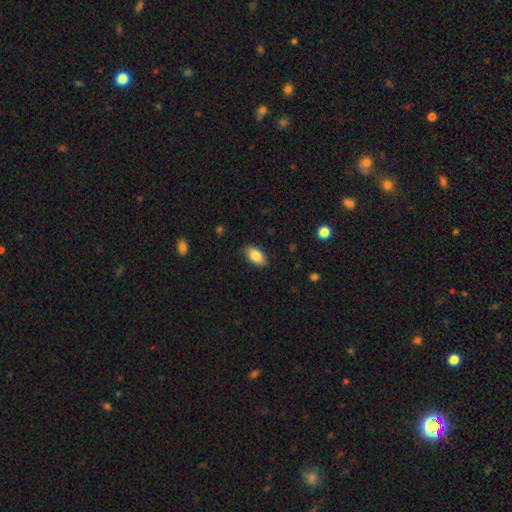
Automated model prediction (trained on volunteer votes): The model was most divided on "merging": none: 87%, minor disturbance: 10%, major disturbance: 2%, merger: 1%. More confident: how rounded — in between (93%); smooth or featured — smooth (86%).